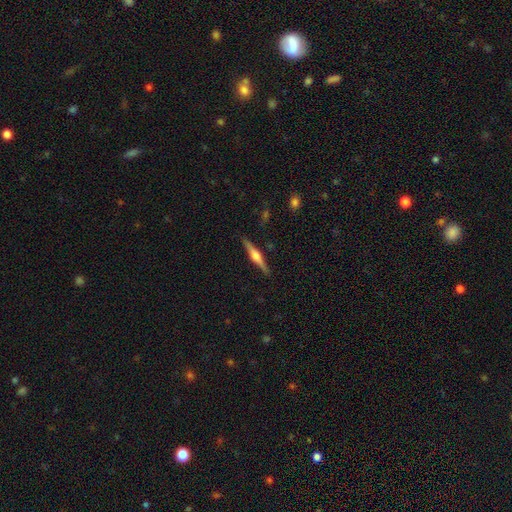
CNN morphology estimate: This appears to be a featured or disk galaxy (73%) viewed edge-on (98%) with a rounded central bulge (87%). Merging: none (90%).